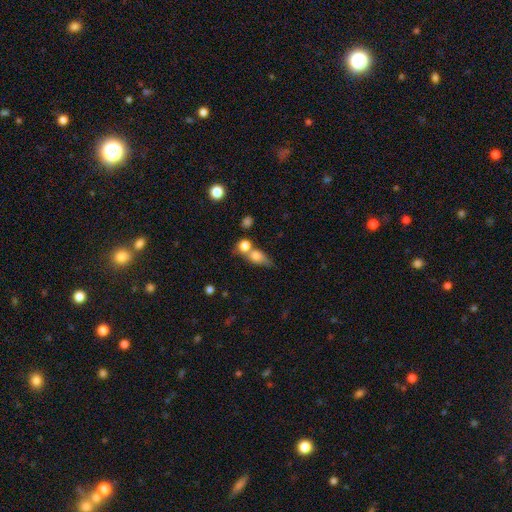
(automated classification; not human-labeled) smooth_or_featured: smooth (p=0.73) [alt: featured or disk p=0.16]
how_rounded: in between (p=0.47) [alt: round p=0.42]
merging: merger (p=0.48) [alt: none p=0.31]